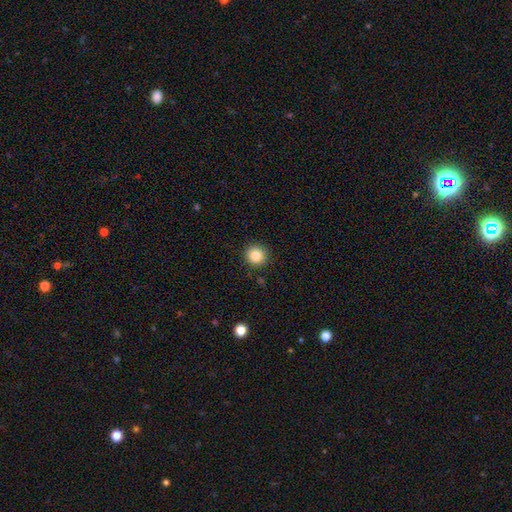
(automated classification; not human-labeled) This is clearly a smooth galaxy (85%). How rounded: clearly round (94%). Merging: clearly none (91%).